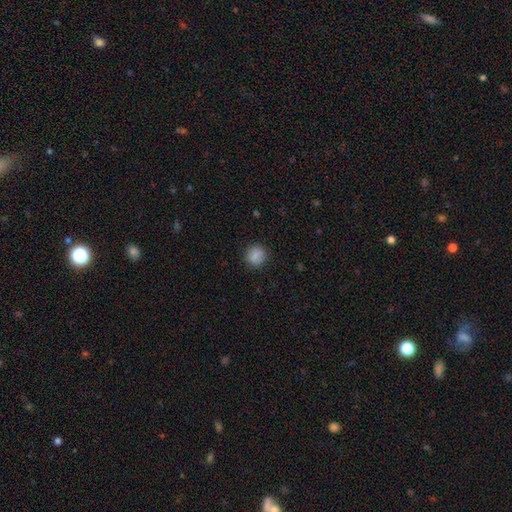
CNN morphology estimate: Smooth or featured?
  - smooth: 88% *
  - star or artifact: 9%
  - featured or disk: 3%
How rounded?
  - round: 87% *
  - in between: 12%
  - cigar-shaped: 1%
Merging?
  - none: 89% *
  - minor disturbance: 7%
  - major disturbance: 2%
  - merger: 1%